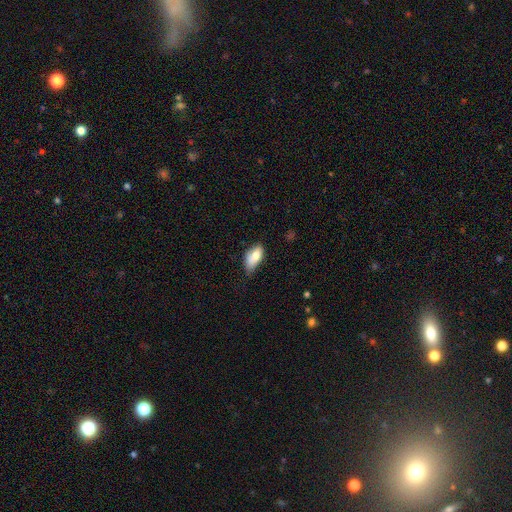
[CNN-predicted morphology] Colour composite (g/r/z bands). It shows a smooth galaxy with no disk features (75%) that is in between round and cigar-shaped (90%). Merging: minor disturbance (43%).